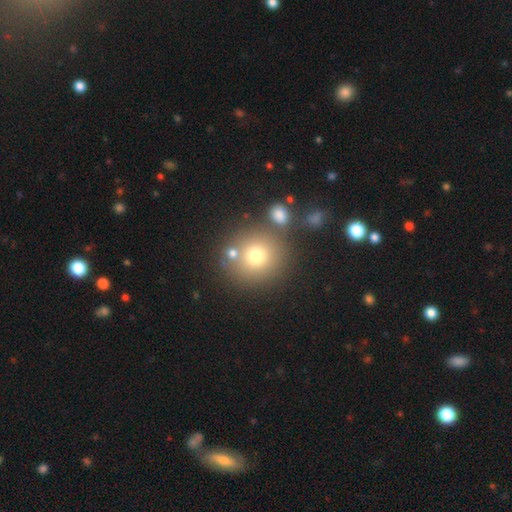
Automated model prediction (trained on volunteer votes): A smooth galaxy with no disk features (72%) that is round (91%). Merging: none (72%).